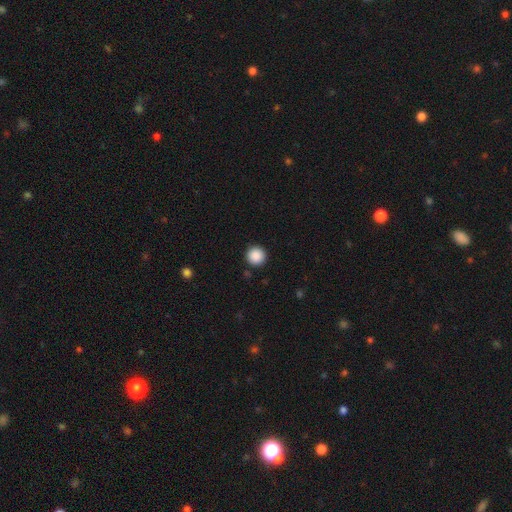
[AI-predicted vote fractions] Smooth or featured: smooth — 88% (star or artifact — 9%)
How rounded: round — 96% (in between — 3%)
Merging: none — 92% (minor disturbance — 5%)